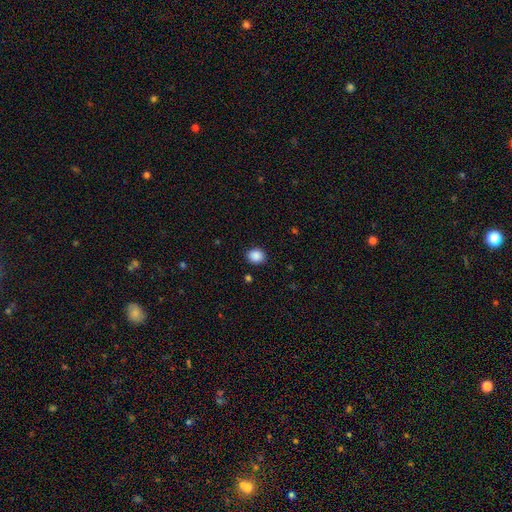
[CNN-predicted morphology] A smooth galaxy with no disk features (88%) that is round (74%). Merging: none (89%).